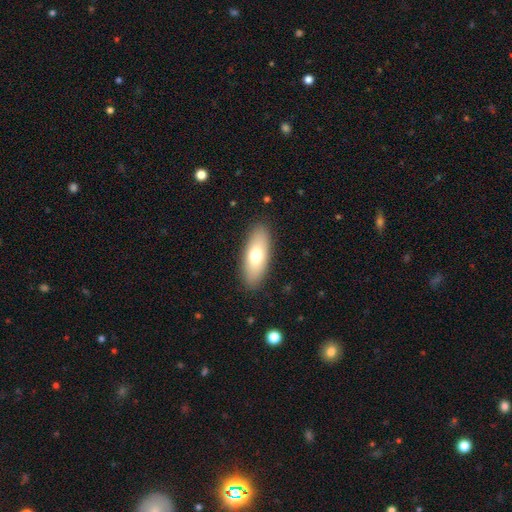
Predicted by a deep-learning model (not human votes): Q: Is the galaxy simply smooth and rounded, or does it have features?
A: smooth — 70%.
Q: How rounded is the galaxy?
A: in between — 74%.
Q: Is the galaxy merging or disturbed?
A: none — 88%.